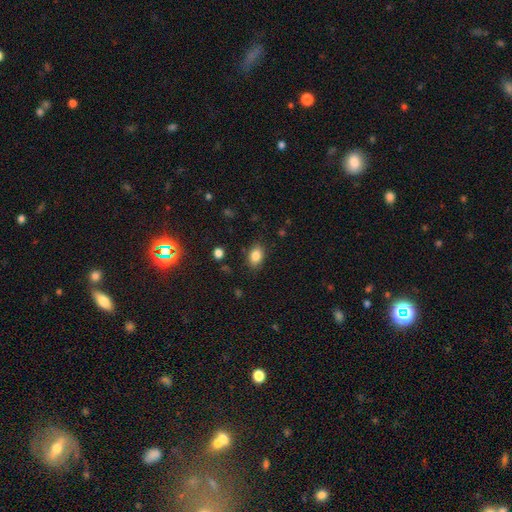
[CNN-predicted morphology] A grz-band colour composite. It shows a smooth galaxy with no disk features (85%) that is in between round and cigar-shaped (82%). Merging: none (83%).